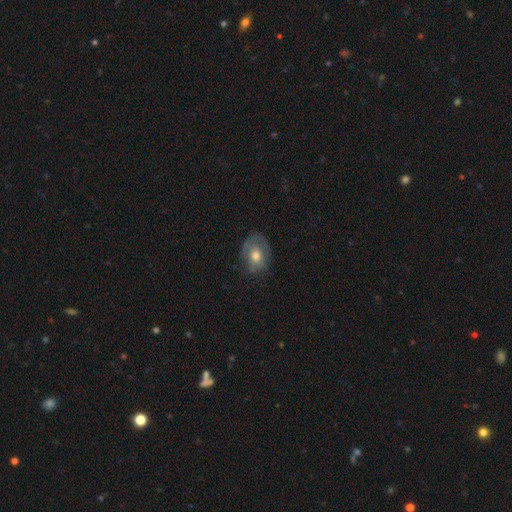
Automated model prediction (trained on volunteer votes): Smooth or featured?
  - smooth: 46% *
  - featured or disk: 45%
  - star or artifact: 9%
Merging?
  - none: 62% *
  - minor disturbance: 26%
  - major disturbance: 11%
  - merger: 1%